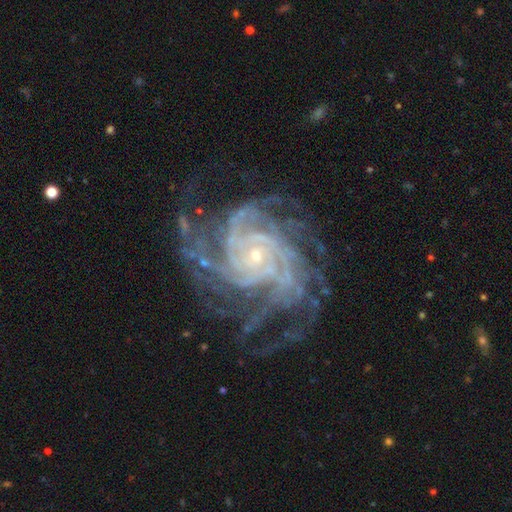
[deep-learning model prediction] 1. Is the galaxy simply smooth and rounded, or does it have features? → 92% featured or disk, 6% star or artifact, 3% smooth.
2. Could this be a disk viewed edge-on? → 98% no, 2% yes.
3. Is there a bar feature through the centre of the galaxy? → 72% no, 20% weak, 9% strong.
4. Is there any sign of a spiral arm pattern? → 99% yes, 1% no.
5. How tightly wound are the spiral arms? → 70% tight, 26% medium, 4% loose.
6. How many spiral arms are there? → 29% more than 4, 25% 4, 15% can't tell, 13% 3, 10% 2, 8% 1.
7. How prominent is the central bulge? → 83% small, 13% moderate, 2% none, 1% large, 1% dominant.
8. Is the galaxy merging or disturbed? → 71% none, 16% minor disturbance, 11% major disturbance, 2% merger.